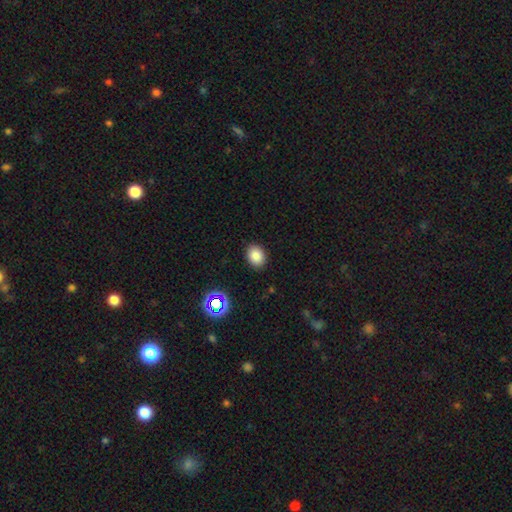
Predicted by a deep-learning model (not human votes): Smooth or featured: smooth — 84% (star or artifact — 11%)
How rounded: in between — 59% (round — 41%)
Merging: none — 88% (minor disturbance — 8%)